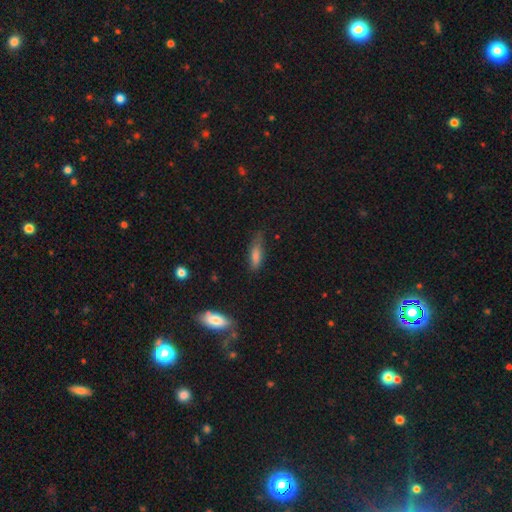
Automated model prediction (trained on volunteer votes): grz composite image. It shows a smooth galaxy with no disk features (73%) that is cigar-shaped (53%). Merging: none (53%).